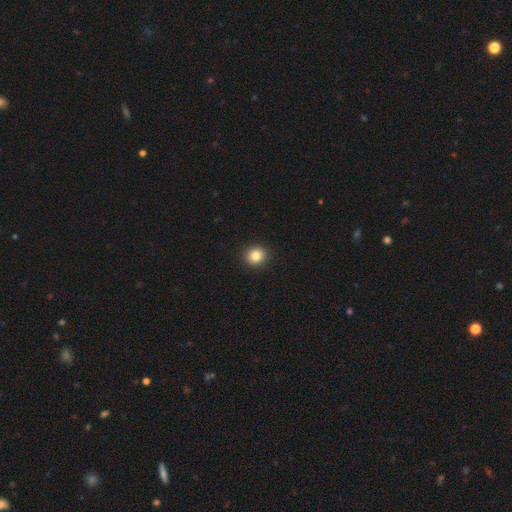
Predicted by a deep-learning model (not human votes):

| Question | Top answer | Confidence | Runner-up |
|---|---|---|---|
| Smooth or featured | smooth | 84% | star or artifact (10%) |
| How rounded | round | 82% | in between (17%) |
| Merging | none | 92% | minor disturbance (5%) |